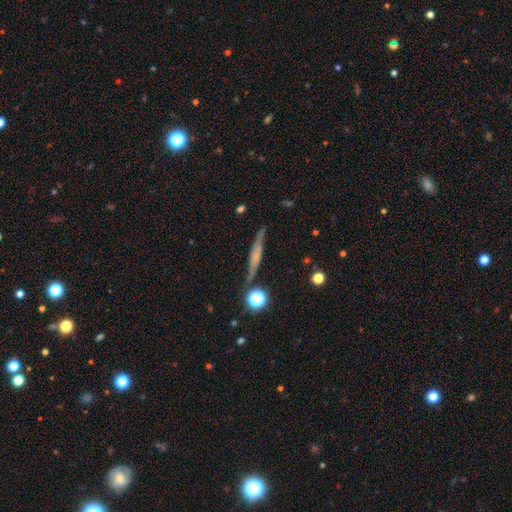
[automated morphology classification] Smooth or featured? featured or disk (58%)
Edge-on disk? yes (88%)
Edge-on bulge? none (46%)
Merging? none (78%)